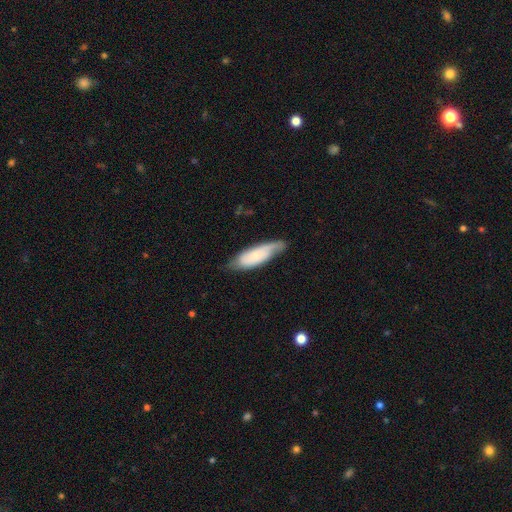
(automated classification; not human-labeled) A smooth galaxy with no disk features (53%) that is in between round and cigar-shaped (60%).

Vote fractions:
- Smooth or featured? smooth: 53% / featured or disk: 41% / star or artifact: 6%
- How rounded? in between: 60% / cigar-shaped: 39% / round: 2%
- Merging? none: 61% / minor disturbance: 29% / major disturbance: 8% / merger: 2%